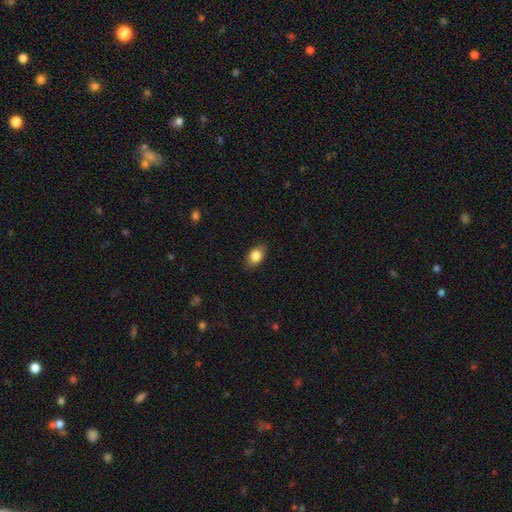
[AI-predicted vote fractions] Smooth or featured: smooth — 83% (featured or disk — 9%)
How rounded: in between — 80% (round — 18%)
Merging: none — 85% (minor disturbance — 11%)